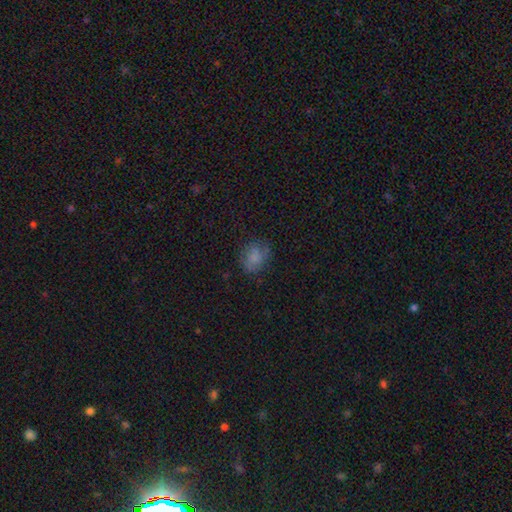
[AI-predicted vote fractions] Q: Smooth or featured?
A: smooth (69%); runner-up: featured or disk (19%)
Q: How rounded?
A: round (53%); runner-up: in between (46%)
Q: Merging?
A: none (68%); runner-up: minor disturbance (21%)